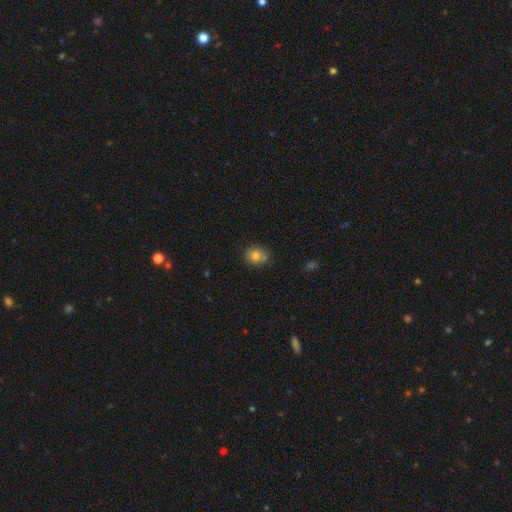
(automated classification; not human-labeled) Overall: smooth (81%). How rounded: round (74%). Merging: none (67%).